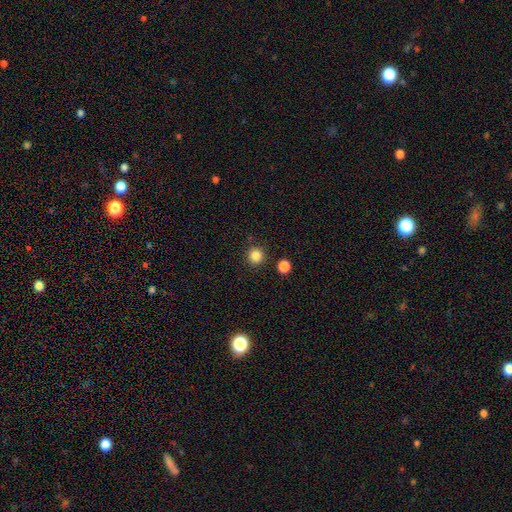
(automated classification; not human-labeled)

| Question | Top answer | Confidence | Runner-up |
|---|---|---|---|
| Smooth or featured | smooth | 85% | star or artifact (11%) |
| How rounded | round | 93% | in between (6%) |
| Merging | none | 87% | minor disturbance (7%) |